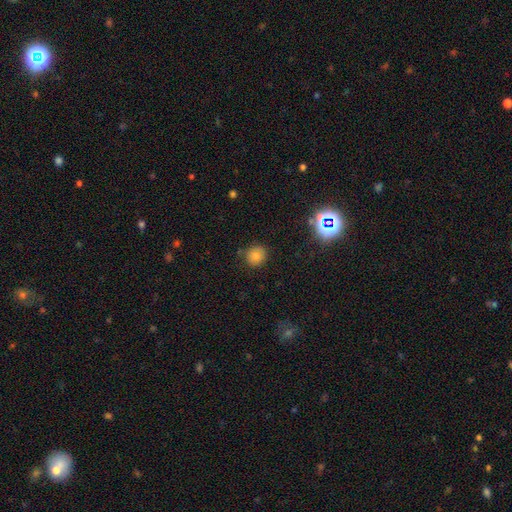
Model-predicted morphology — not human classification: This is likely a smooth galaxy (75%). How rounded: clearly round (84%). Merging: clearly none (82%).